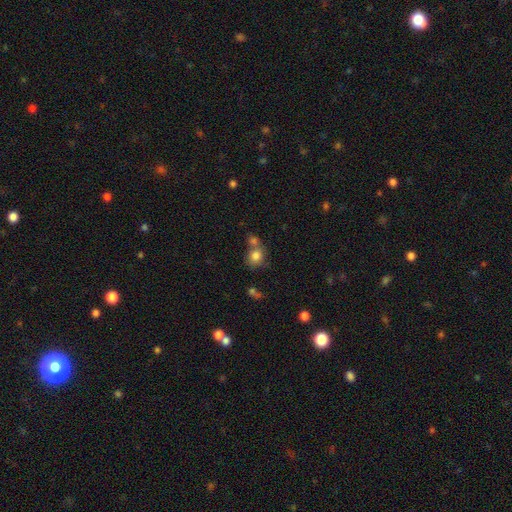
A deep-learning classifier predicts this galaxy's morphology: This is likely a smooth galaxy (80%). How rounded: likely round (76%). Merging: possibly none (50%).